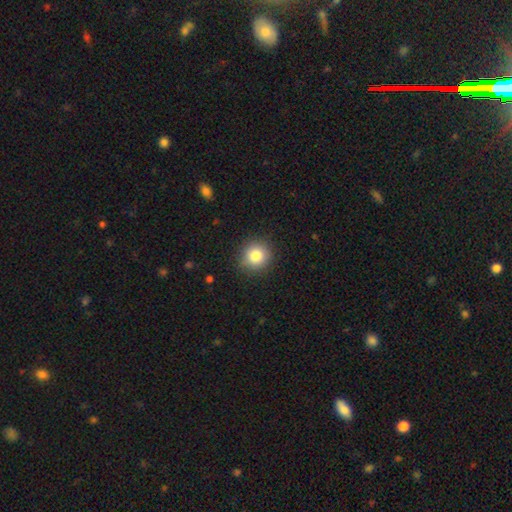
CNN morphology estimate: Smooth or featured?
  - smooth: 83% *
  - star or artifact: 10%
  - featured or disk: 7%
How rounded?
  - round: 90% *
  - in between: 9%
  - cigar-shaped: 1%
Merging?
  - none: 89% *
  - minor disturbance: 8%
  - major disturbance: 2%
  - merger: 1%